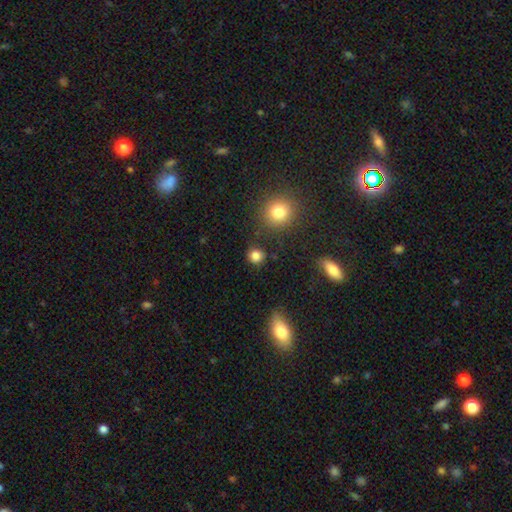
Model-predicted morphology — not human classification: Smooth or featured?
  - smooth: 82% *
  - star or artifact: 14%
  - featured or disk: 5%
How rounded?
  - round: 89% *
  - in between: 10%
  - cigar-shaped: 1%
Merging?
  - none: 83% *
  - minor disturbance: 9%
  - merger: 4%
  - major disturbance: 3%